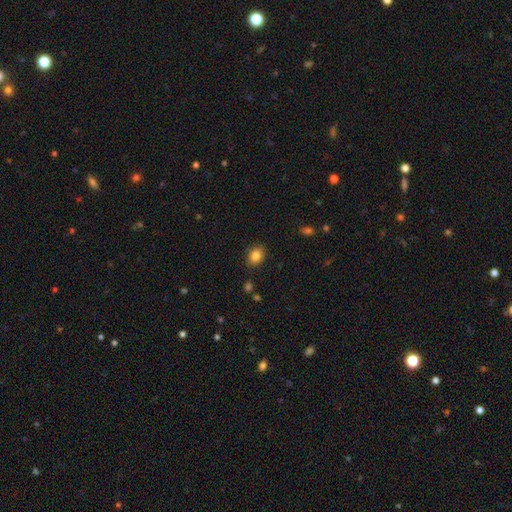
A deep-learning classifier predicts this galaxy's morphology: Smooth or featured? Predicted: smooth (p=0.84). How rounded? Predicted: in between (p=0.62). Merging? Predicted: none (p=0.86).